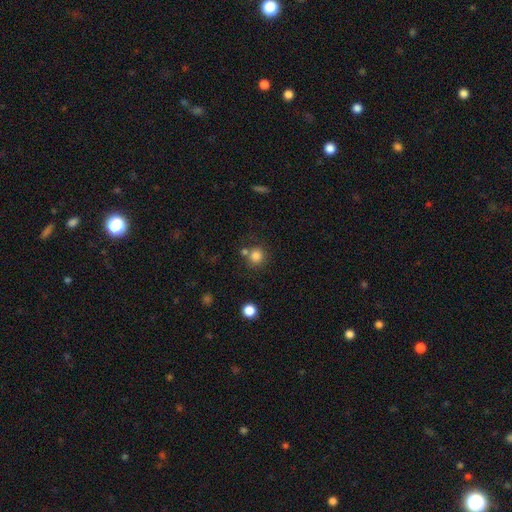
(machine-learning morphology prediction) Overall: smooth (82%). How rounded: round (91%). Merging: none (68%).